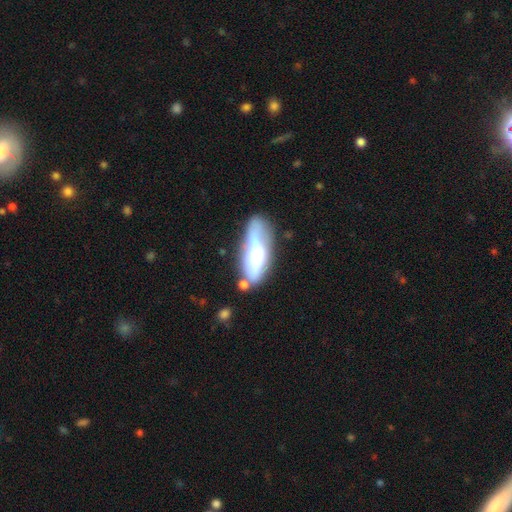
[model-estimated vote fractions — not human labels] This appears to be a smooth galaxy with no disk features (60%) that is in between round and cigar-shaped (60%). Merging: none (48%).